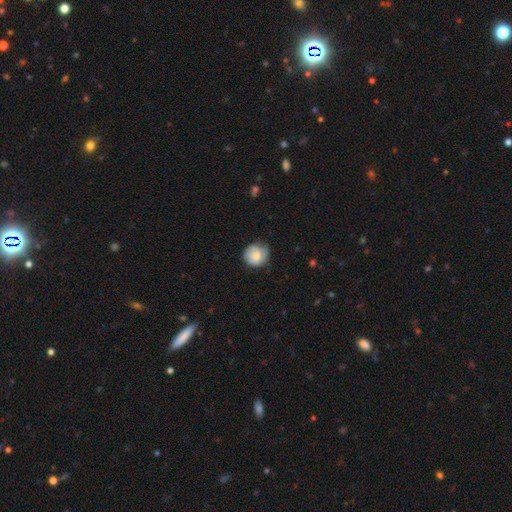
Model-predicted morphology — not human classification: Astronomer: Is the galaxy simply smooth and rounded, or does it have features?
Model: smooth — 69%.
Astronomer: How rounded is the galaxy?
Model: round — 85%.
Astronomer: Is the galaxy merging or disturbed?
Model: none — 60%.